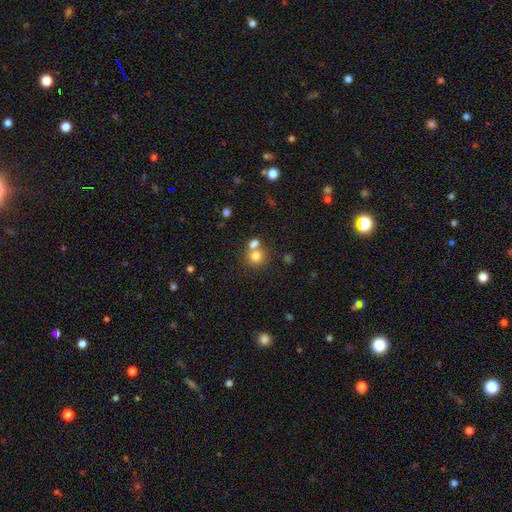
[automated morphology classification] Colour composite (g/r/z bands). It shows a smooth galaxy with no disk features (77%) that is round (86%). Merging: none (53%).